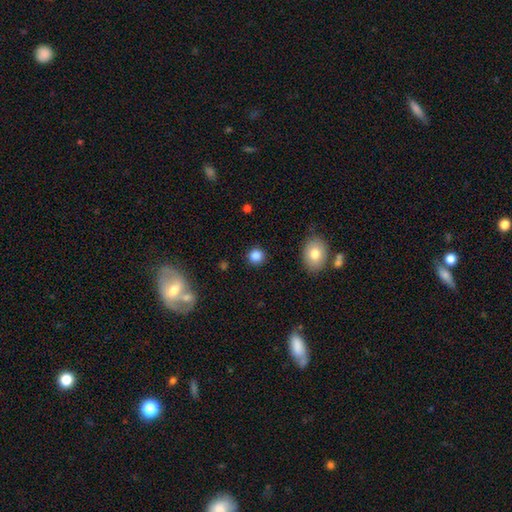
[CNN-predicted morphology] type=smooth (85%); roundness=round (90%); merging=none (89%).